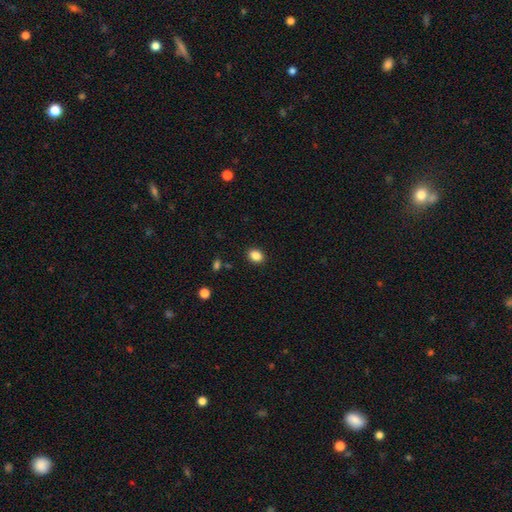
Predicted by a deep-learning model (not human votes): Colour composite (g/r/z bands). It shows a smooth galaxy with no disk features (86%) that is in between round and cigar-shaped (61%). Merging: none (90%).